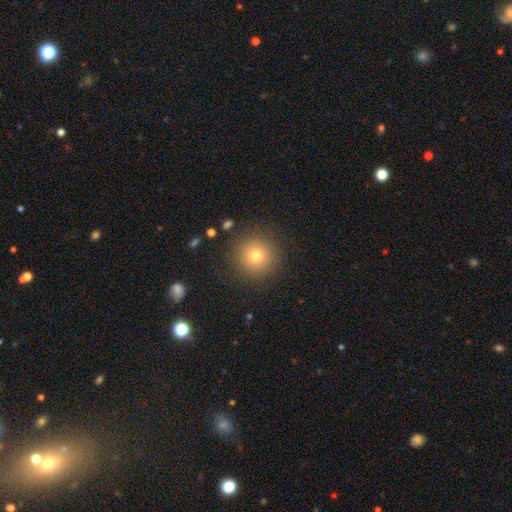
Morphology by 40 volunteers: Smooth or featured?
  - smooth: 75% *
  - featured or disk: 12%
  - star or artifact: 12%
How rounded?
  - round: 100% *
  - in between: 0%
  - cigar-shaped: 0%
Merging?
  - none: 89% *
  - minor disturbance: 11%
  - major disturbance: 0%
  - merger: 0%